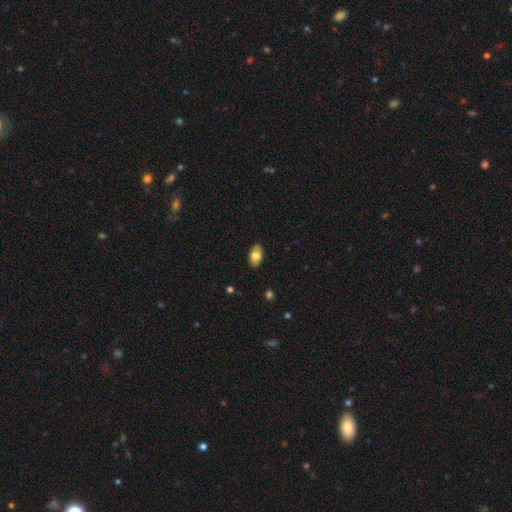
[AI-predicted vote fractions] This is likely a smooth galaxy (77%). How rounded: clearly in between (93%). Merging: clearly none (89%).